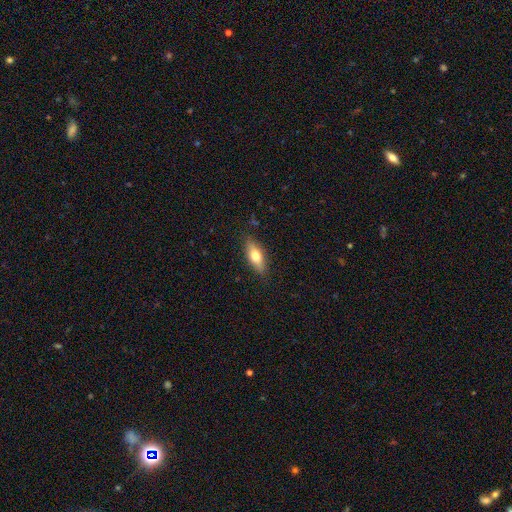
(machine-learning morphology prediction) smooth-or-featured: smooth: 65% | featured or disk: 28% | star or artifact: 7%
  how-rounded: in between: 69% | cigar-shaped: 27% | round: 4%
  merging: none: 85% | minor disturbance: 11% | major disturbance: 2% | merger: 1%